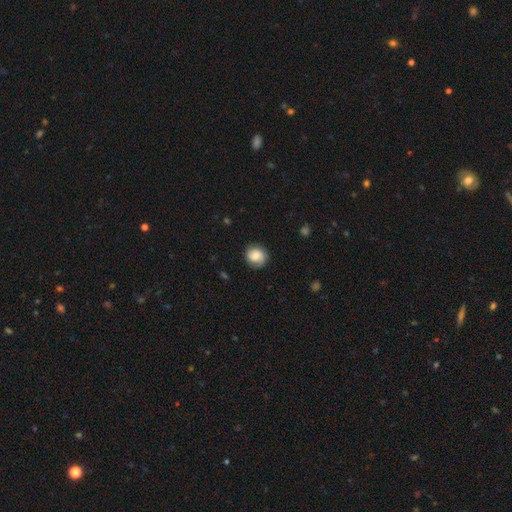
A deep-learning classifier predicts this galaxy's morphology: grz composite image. It shows a smooth galaxy with no disk features (65%) that is round (84%). Merging: none (80%).